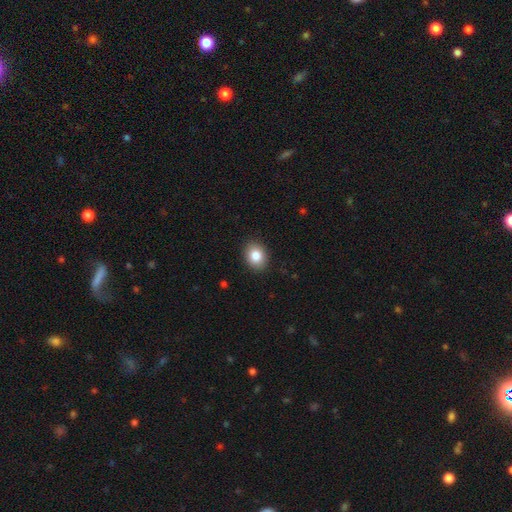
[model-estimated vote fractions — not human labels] A smooth galaxy with no disk features (85%) that is in between round and cigar-shaped (57%). Merging: none (90%).